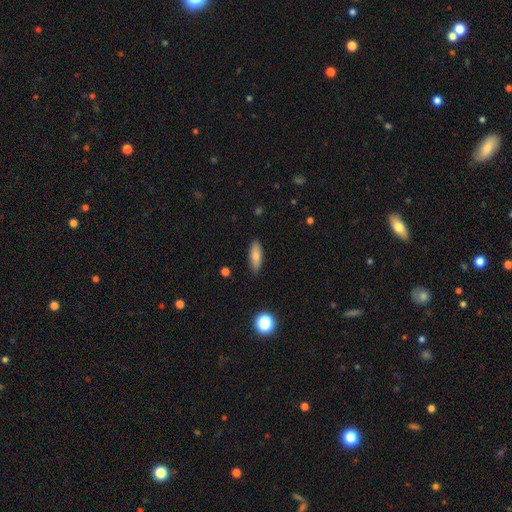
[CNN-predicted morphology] smooth 76%, featured or disk 16%, star or artifact 7%. Down the decision tree: how rounded — in between (64%); merging — none (86%).